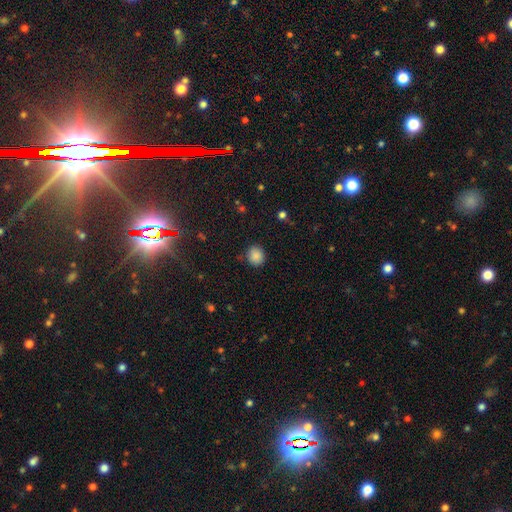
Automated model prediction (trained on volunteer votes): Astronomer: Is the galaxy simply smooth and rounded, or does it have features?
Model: smooth — 86%.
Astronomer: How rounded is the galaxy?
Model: round — 83%.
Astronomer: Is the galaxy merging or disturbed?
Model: none — 84%.